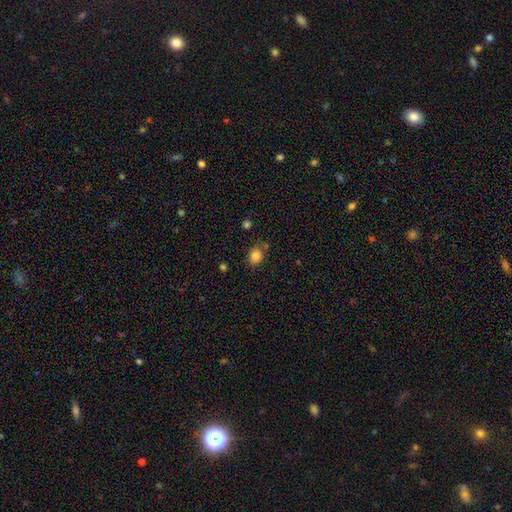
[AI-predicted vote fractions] A smooth galaxy with no disk features (84%) that is round (54%).

Vote fractions:
- Smooth or featured? smooth: 84% / star or artifact: 11% / featured or disk: 5%
- How rounded? round: 54% / in between: 45% / cigar-shaped: 1%
- Merging? none: 77% / minor disturbance: 15% / merger: 5% / major disturbance: 4%